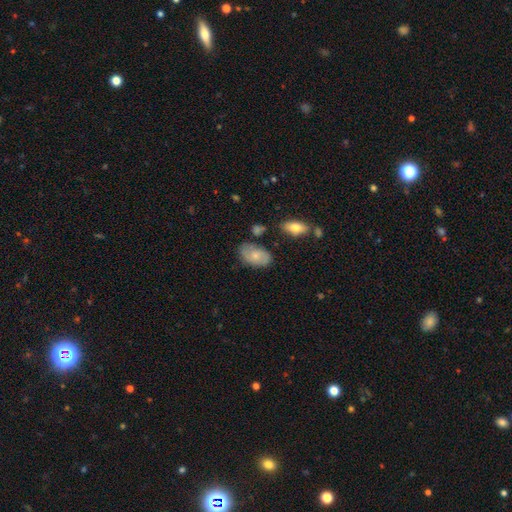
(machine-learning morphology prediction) smooth 62%, featured or disk 31%, star or artifact 7%. Down the decision tree: how rounded — in between (90%); merging — none (65%).